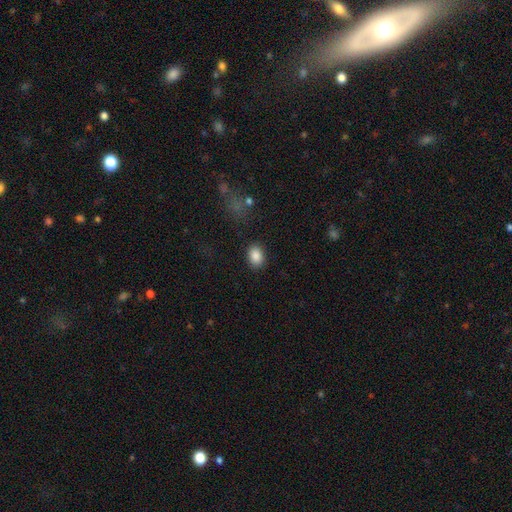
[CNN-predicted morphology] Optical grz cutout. It shows a smooth galaxy with no disk features (88%) that is in between round and cigar-shaped (71%). Merging: none (87%).